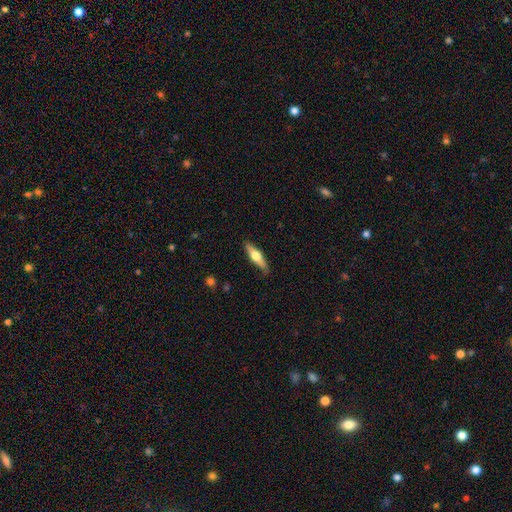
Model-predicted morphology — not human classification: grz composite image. It shows a featured or disk galaxy (50%). Merging: none (86%).